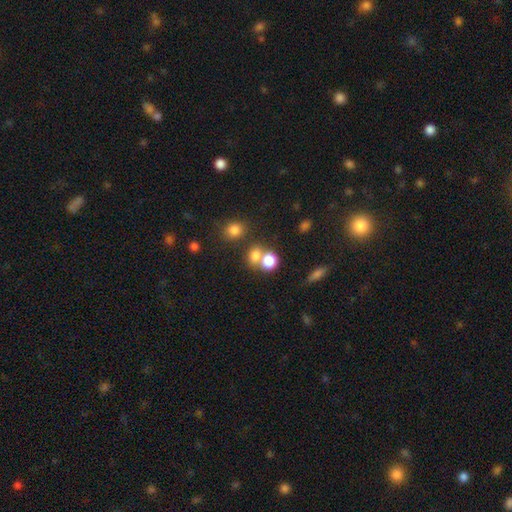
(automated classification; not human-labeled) Smooth or featured?
  - smooth: 76% *
  - star or artifact: 15%
  - featured or disk: 9%
How rounded?
  - round: 63% *
  - in between: 36%
  - cigar-shaped: 1%
Merging?
  - none: 45% *
  - merger: 42%
  - minor disturbance: 8%
  - major disturbance: 4%